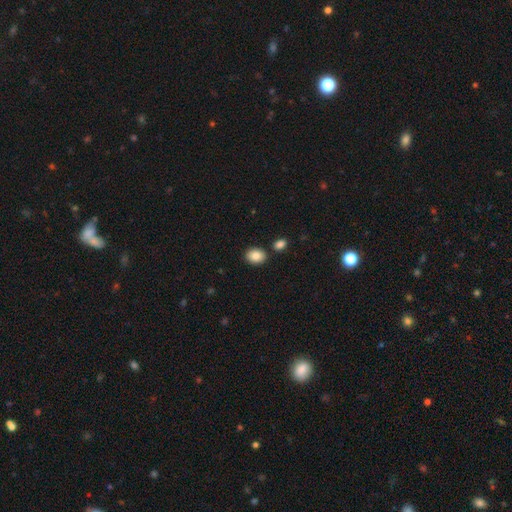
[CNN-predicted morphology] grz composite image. It shows a smooth galaxy with no disk features (86%) that is in between round and cigar-shaped (62%). Merging: none (83%).